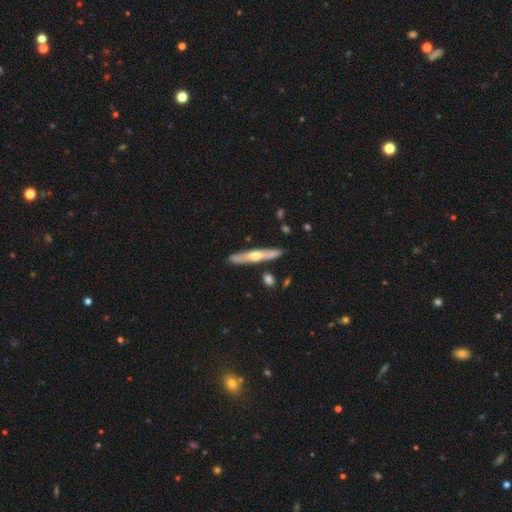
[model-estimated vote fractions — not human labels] Smooth or featured?
  - featured or disk: 59% *
  - smooth: 36%
  - star or artifact: 5%
Edge-on disk?
  - yes: 88% *
  - no: 12%
Edge-on bulge?
  - rounded: 85% *
  - none: 13%
  - boxy: 2%
Merging?
  - none: 87% *
  - minor disturbance: 9%
  - merger: 3%
  - major disturbance: 2%